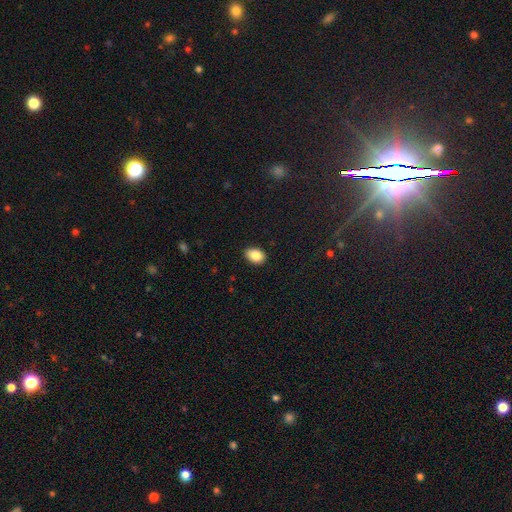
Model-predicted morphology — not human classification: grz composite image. It shows a smooth galaxy with no disk features (87%) that is in between round and cigar-shaped (83%). Merging: none (85%).